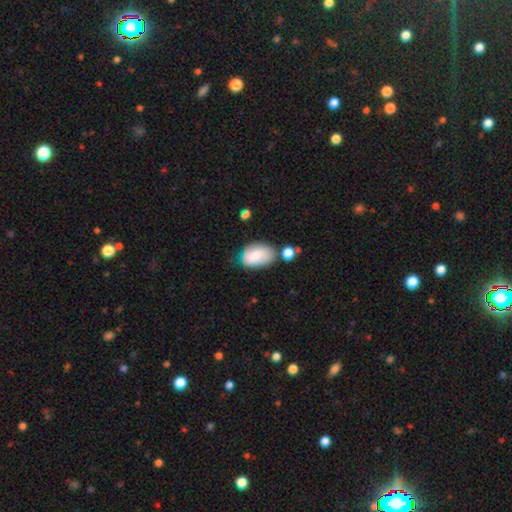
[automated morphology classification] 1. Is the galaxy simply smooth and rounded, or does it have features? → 78% smooth, 15% featured or disk, 7% star or artifact.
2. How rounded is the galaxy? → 89% in between, 9% round, 1% cigar-shaped.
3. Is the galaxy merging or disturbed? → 51% none, 27% minor disturbance, 13% merger, 8% major disturbance.